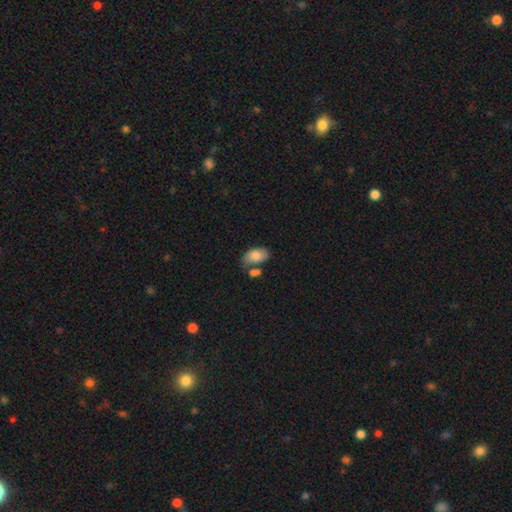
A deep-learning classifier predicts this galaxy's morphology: type=smooth (82%); roundness=in between (93%); merging=none (46%).